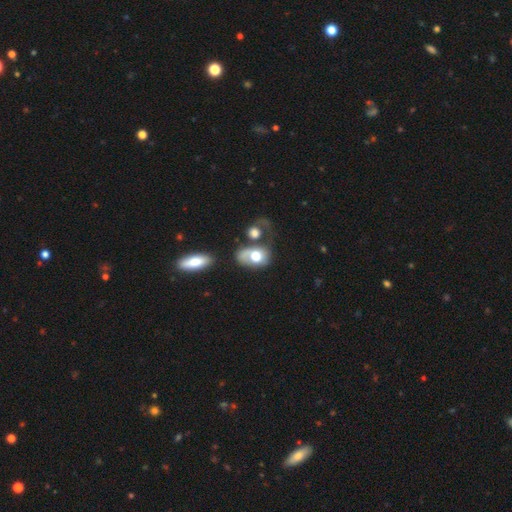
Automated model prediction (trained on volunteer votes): Smooth or featured? smooth (60%)
How rounded? in between (68%)
Merging? merger (29%)